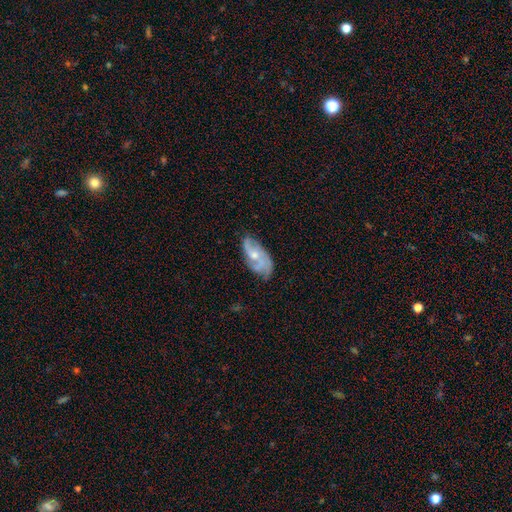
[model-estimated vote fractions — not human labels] A featured or disk galaxy (72%) with no bar (67%), 2 (32%) medium (42%) spiral arms (87%) and a moderate central bulge (49%). Merging: none (59%).